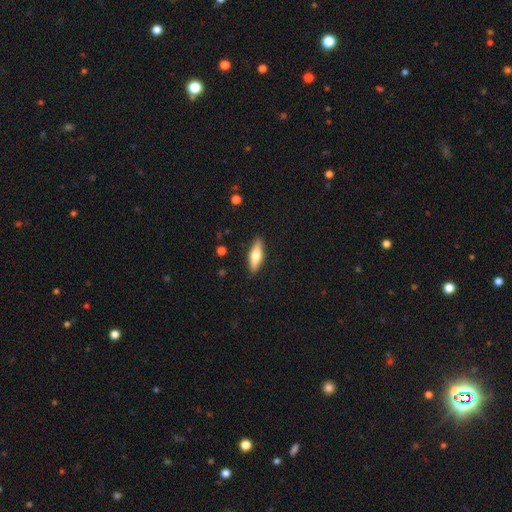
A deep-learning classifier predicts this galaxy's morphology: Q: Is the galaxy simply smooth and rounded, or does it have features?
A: smooth — 58%.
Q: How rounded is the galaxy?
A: cigar-shaped — 51%.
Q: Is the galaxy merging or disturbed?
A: none — 89%.